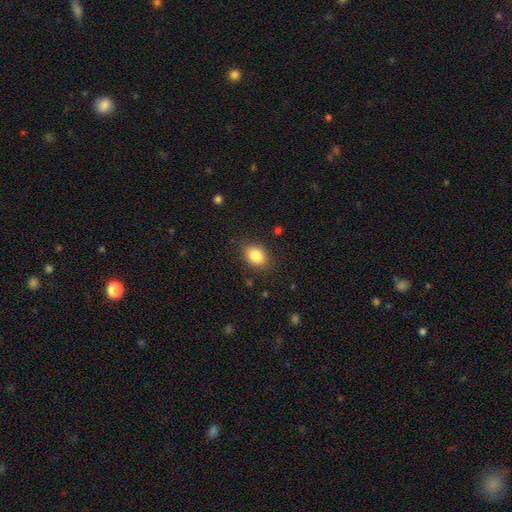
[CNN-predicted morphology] Overall: smooth (85%). How rounded: in between (80%). Merging: none (84%).